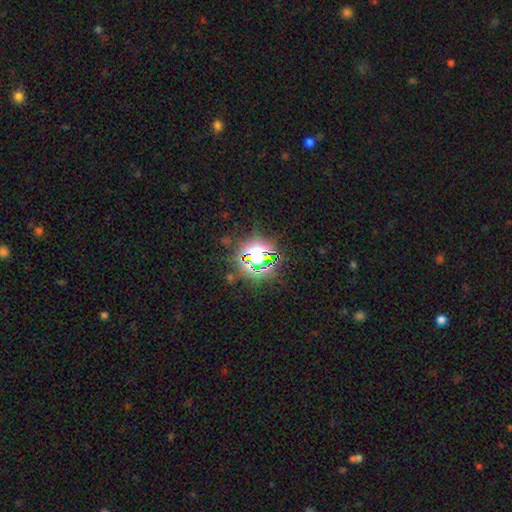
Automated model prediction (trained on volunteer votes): Smooth or featured? star or artifact (77%)